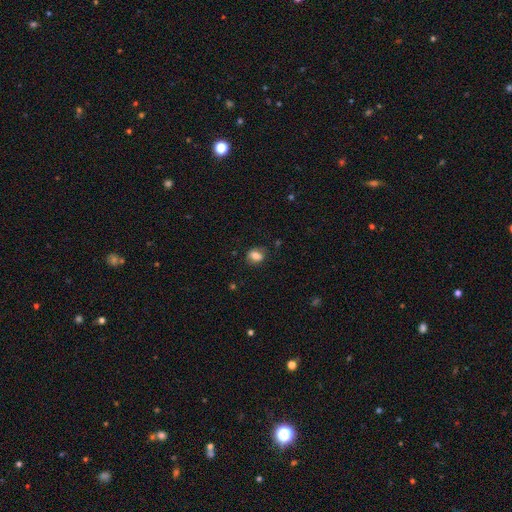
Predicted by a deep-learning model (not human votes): Smooth or featured? smooth (79%)
How rounded? in between (69%)
Merging? none (72%)